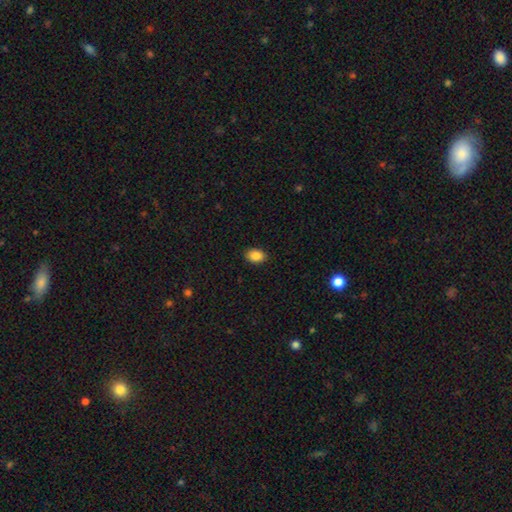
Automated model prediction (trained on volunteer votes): The model was most divided on "how rounded": in between: 78%, round: 21%, cigar-shaped: 1%. More confident: merging — none (89%); smooth or featured — smooth (87%).